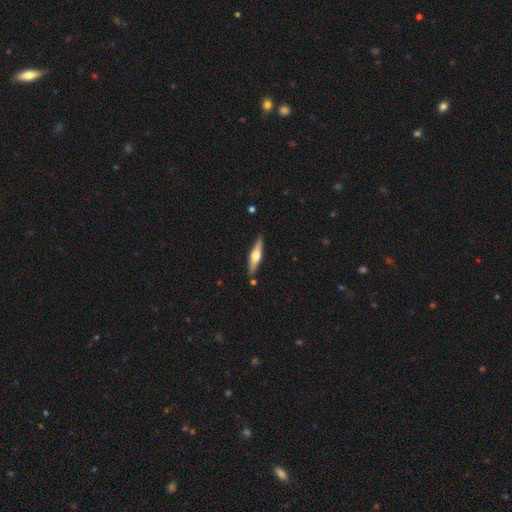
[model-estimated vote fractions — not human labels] Smooth or featured?
  - featured or disk: 65% *
  - smooth: 30%
  - star or artifact: 5%
Edge-on disk?
  - yes: 96% *
  - no: 4%
Edge-on bulge?
  - rounded: 94% *
  - boxy: 4%
  - none: 2%
Merging?
  - none: 87% *
  - minor disturbance: 9%
  - merger: 3%
  - major disturbance: 2%